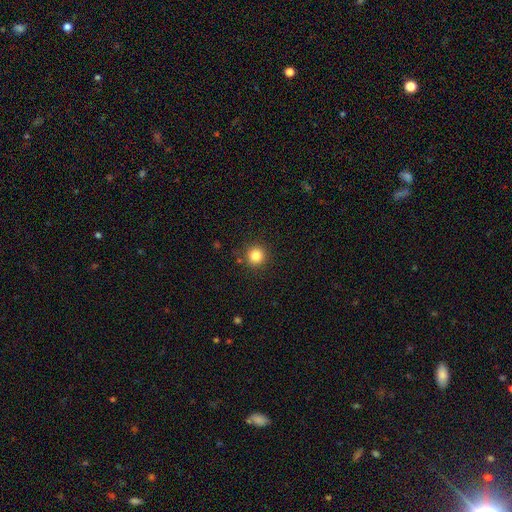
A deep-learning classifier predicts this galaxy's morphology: Smooth or featured? Predicted: smooth (p=0.84). How rounded? Predicted: round (p=0.94). Merging? Predicted: none (p=0.88).